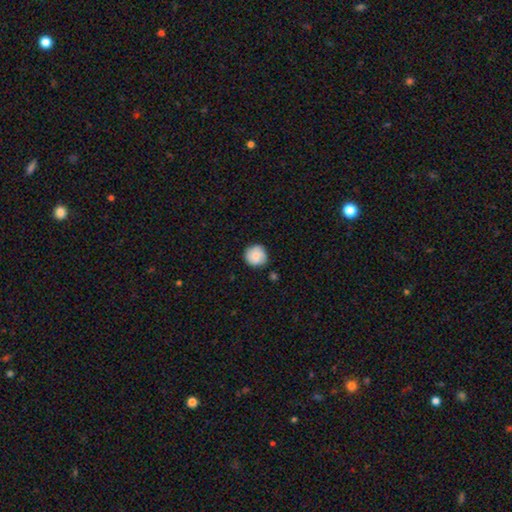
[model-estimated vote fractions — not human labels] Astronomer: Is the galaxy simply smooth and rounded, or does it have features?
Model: smooth — 81%.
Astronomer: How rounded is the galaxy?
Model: round — 93%.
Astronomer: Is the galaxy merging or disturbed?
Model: none — 81%.